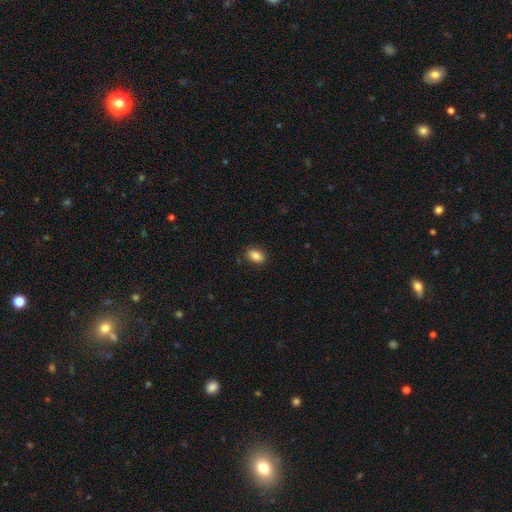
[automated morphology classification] smooth 87%, star or artifact 8%, featured or disk 5%. Down the decision tree: how rounded — in between (85%); merging — none (88%).